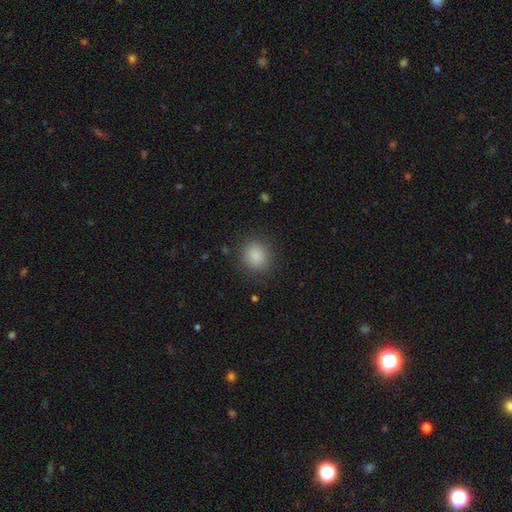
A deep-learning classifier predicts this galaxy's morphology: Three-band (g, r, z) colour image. It shows a smooth galaxy with no disk features (87%) that is round (74%). Merging: none (86%).